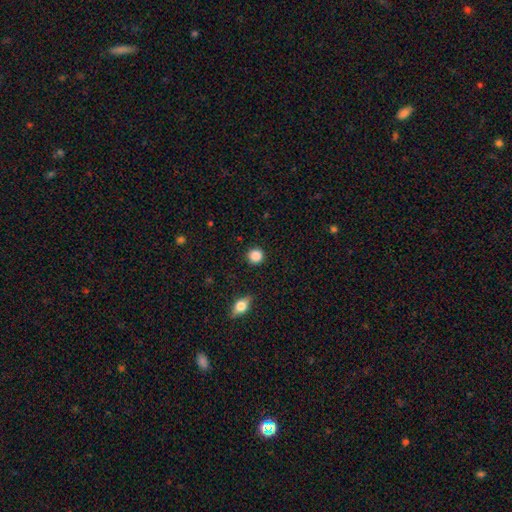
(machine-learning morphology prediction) The model was most divided on "smooth or featured": smooth: 87%, star or artifact: 9%, featured or disk: 4%. More confident: how rounded — round (93%); merging — none (90%).